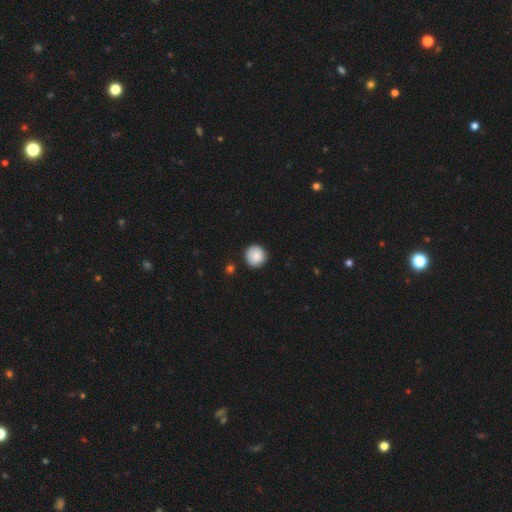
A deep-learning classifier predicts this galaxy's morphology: The model was most divided on "smooth or featured": smooth: 86%, star or artifact: 8%, featured or disk: 7%. More confident: how rounded — round (95%); merging — none (89%).